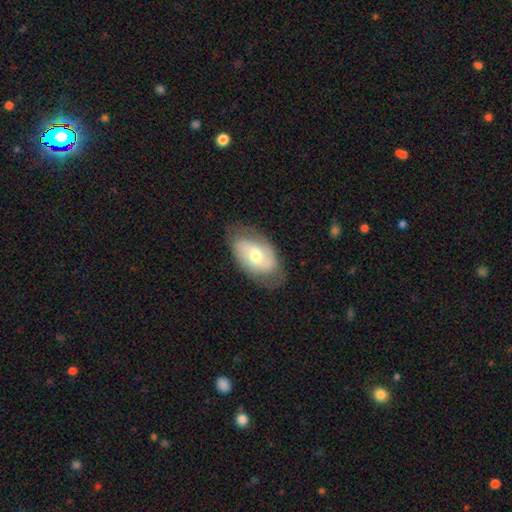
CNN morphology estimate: Smooth or featured?
  - featured or disk: 52% *
  - smooth: 42%
  - star or artifact: 6%
Edge-on disk?
  - no: 92% *
  - yes: 8%
Merging?
  - none: 70% *
  - minor disturbance: 21%
  - major disturbance: 7%
  - merger: 1%